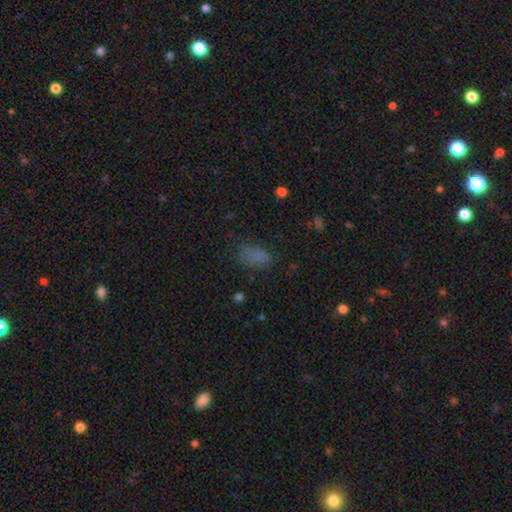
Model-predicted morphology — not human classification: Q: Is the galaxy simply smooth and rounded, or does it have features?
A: smooth — 77%.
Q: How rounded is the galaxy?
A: in between — 89%.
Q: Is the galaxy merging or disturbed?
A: none — 65%.